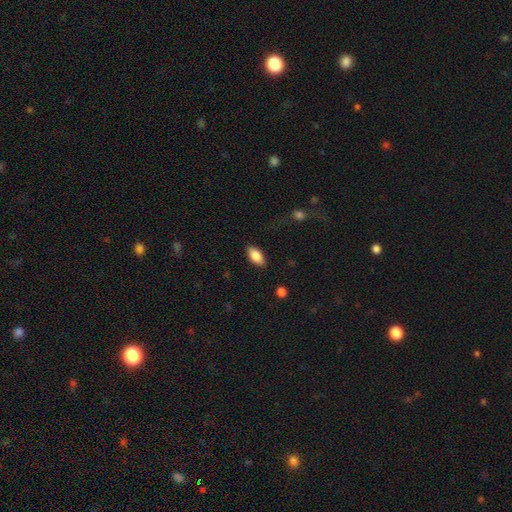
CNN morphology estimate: The model was most divided on "smooth or featured": smooth: 84%, featured or disk: 10%, star or artifact: 7%. More confident: how rounded — in between (91%); merging — none (86%).